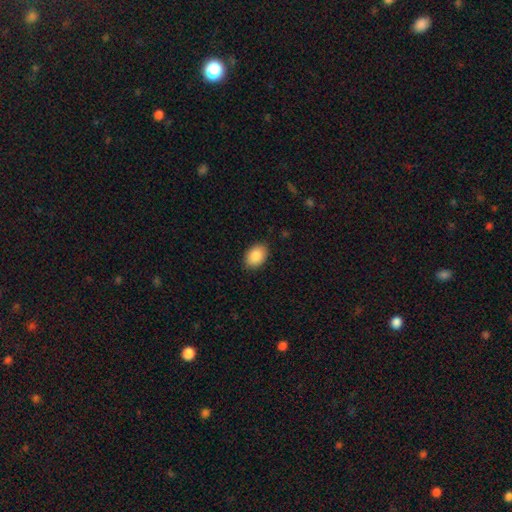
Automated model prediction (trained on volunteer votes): smooth_or_featured: smooth (p=0.88) [alt: star or artifact p=0.07]
how_rounded: in between (p=0.82) [alt: round p=0.17]
merging: none (p=0.88) [alt: minor disturbance p=0.09]